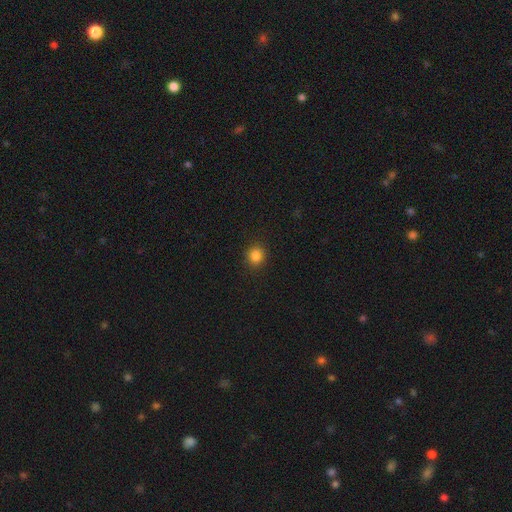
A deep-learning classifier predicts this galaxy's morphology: smooth 84%, star or artifact 12%, featured or disk 4%. Down the decision tree: how rounded — round (86%); merging — none (91%).